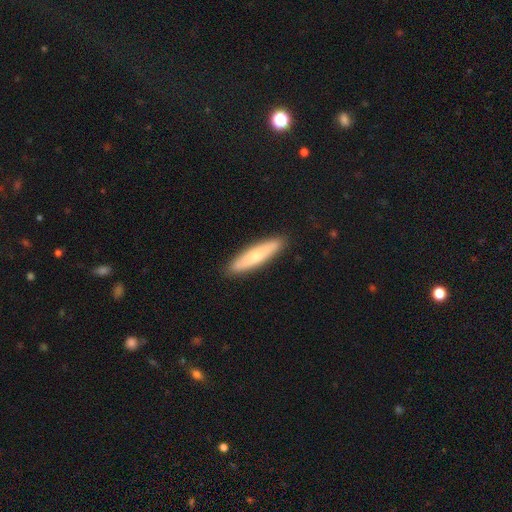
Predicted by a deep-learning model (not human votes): Smooth or featured?
  - smooth: 64% *
  - featured or disk: 31%
  - star or artifact: 5%
How rounded?
  - cigar-shaped: 80% *
  - in between: 18%
  - round: 2%
Merging?
  - none: 90% *
  - minor disturbance: 7%
  - major disturbance: 1%
  - merger: 1%